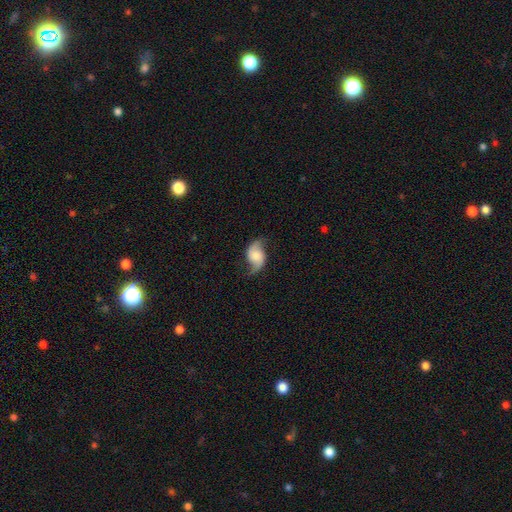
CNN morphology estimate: smooth_or_featured: featured or disk (p=0.67) [alt: smooth p=0.25]
disk_edge_on: no (p=0.96) [alt: yes p=0.04]
bar: no (p=0.65) [alt: weak p=0.28]
has_spiral_arms: yes (p=0.93) [alt: no p=0.07]
spiral_winding: loose (p=0.73) [alt: medium p=0.21]
spiral_arm_count: 2 (p=0.91) [alt: 1 p=0.04]
bulge_size: moderate (p=0.29) [alt: small p=0.26]
merging: none (p=0.66) [alt: minor disturbance p=0.22]